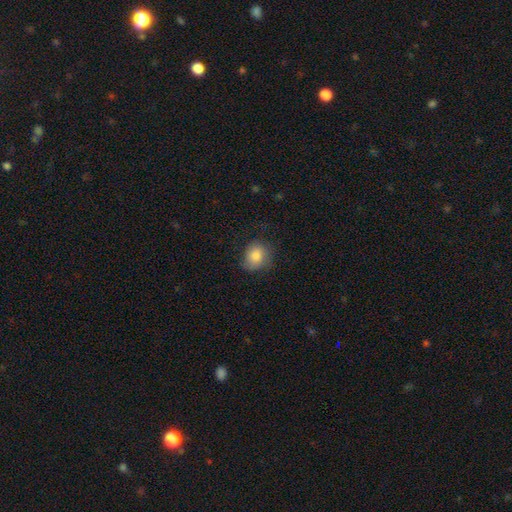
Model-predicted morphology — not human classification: Smooth or featured?
  - smooth: 83% *
  - featured or disk: 9%
  - star or artifact: 8%
How rounded?
  - round: 70% *
  - in between: 29%
  - cigar-shaped: 1%
Merging?
  - none: 69% *
  - minor disturbance: 23%
  - major disturbance: 6%
  - merger: 1%